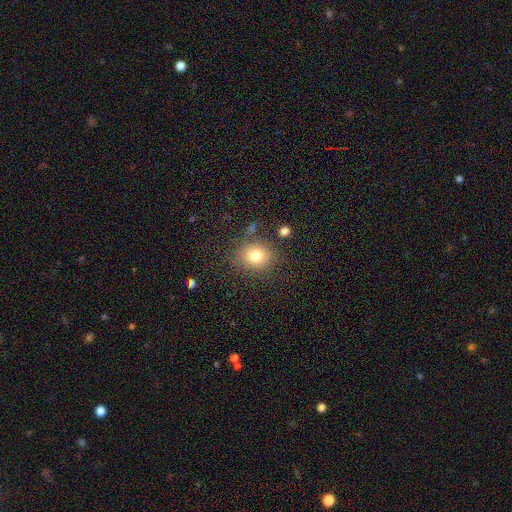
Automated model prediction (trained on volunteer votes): Smooth or featured? Predicted: smooth (p=0.78). How rounded? Predicted: round (p=0.68). Merging? Predicted: none (p=0.78).